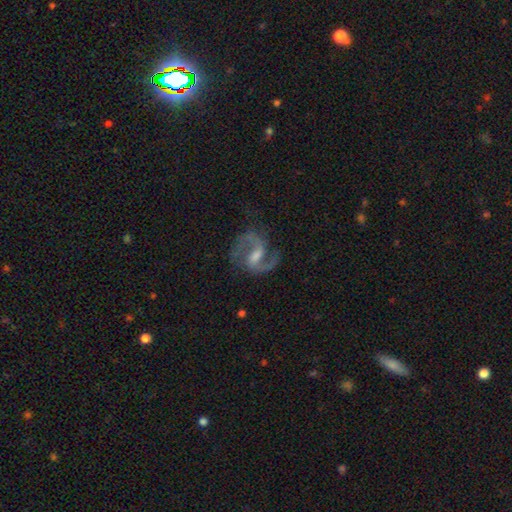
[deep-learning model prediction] A featured or disk galaxy (90%) with a weak bar (53%), 2 (92%) medium (62%) spiral arms (98%) and a moderate central bulge (42%). Merging: none (75%).